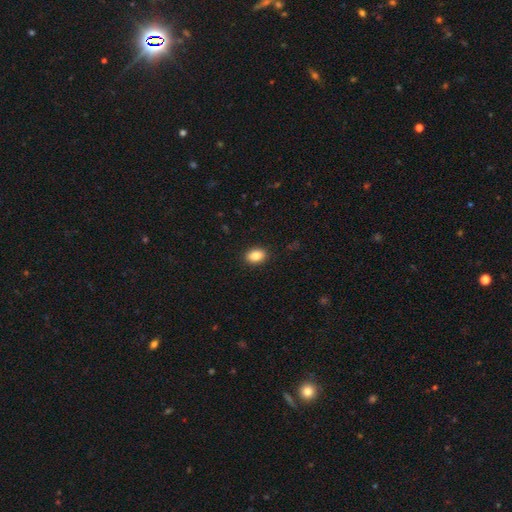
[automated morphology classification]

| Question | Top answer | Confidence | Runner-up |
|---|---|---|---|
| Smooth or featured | smooth | 87% | star or artifact (8%) |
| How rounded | in between | 80% | round (19%) |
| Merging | none | 90% | minor disturbance (7%) |